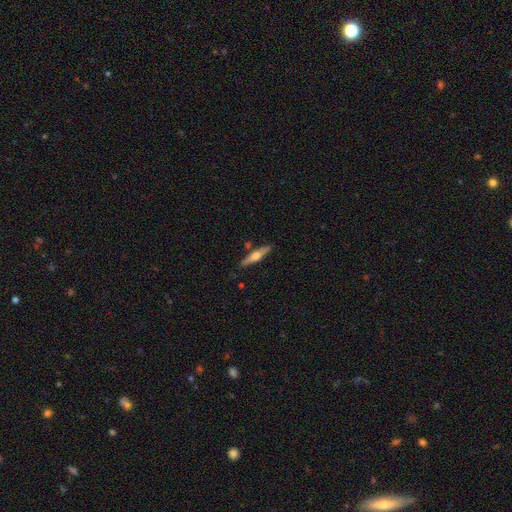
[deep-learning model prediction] This is possibly a featured or disk galaxy (58%). It is clearly viewed edge-on (95%). Edge-on bulge: clearly rounded (91%). Merging: clearly none (85%).